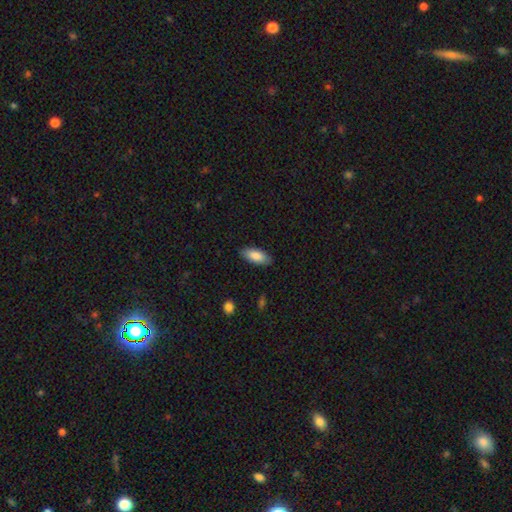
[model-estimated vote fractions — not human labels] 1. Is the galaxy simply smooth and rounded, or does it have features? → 86% smooth, 8% featured or disk, 6% star or artifact.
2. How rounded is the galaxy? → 84% in between, 14% cigar-shaped, 2% round.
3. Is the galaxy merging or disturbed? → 86% none, 11% minor disturbance, 2% major disturbance, 1% merger.